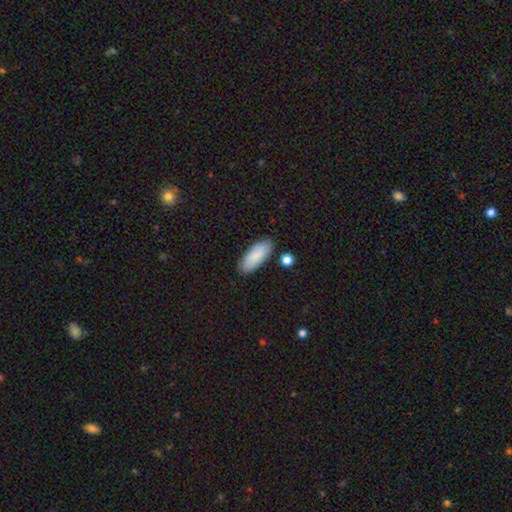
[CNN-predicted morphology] This appears to be a smooth galaxy with no disk features (85%) that is in between round and cigar-shaped (77%). Merging: none (82%).